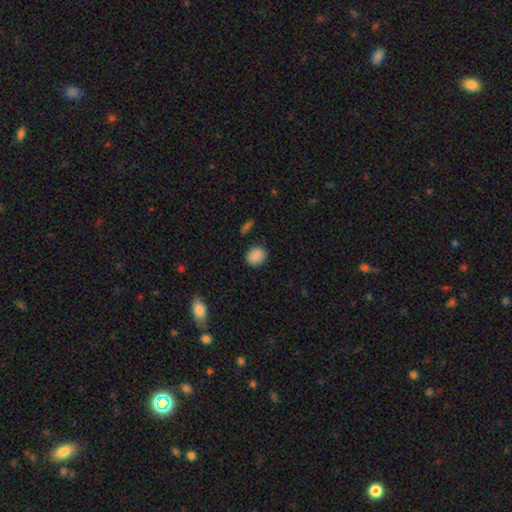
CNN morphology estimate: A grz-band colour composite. It shows a smooth galaxy with no disk features (88%) that is round (60%). Merging: none (85%).